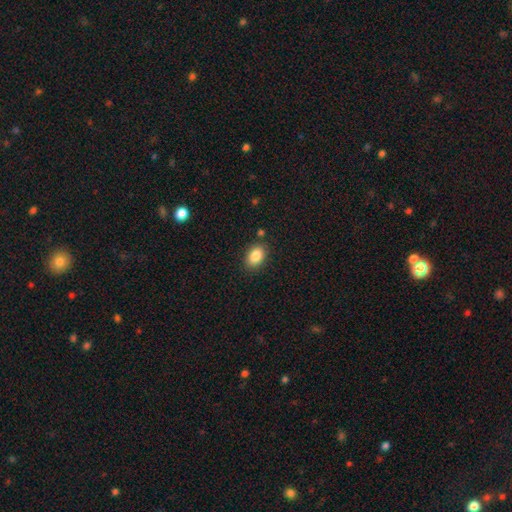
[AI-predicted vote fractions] Smooth or featured? smooth (86%)
How rounded? in between (85%)
Merging? none (85%)